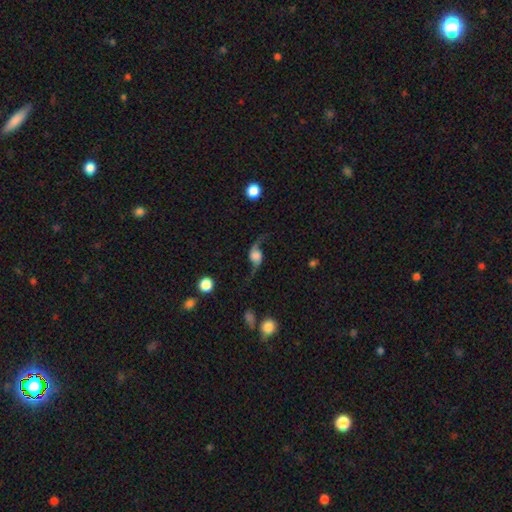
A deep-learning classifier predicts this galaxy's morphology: This appears to be a featured or disk galaxy (81%) with no bar (64%), 2 (94%) loose (93%) spiral arms (96%) and a large central bulge (36%). Merging: none (70%).